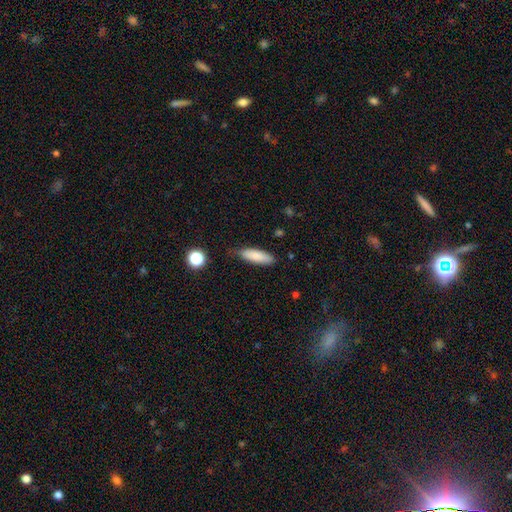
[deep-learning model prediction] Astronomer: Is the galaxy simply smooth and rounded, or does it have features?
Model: smooth — 85%.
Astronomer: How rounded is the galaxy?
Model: in between — 50% (runner-up: cigar-shaped, 48%).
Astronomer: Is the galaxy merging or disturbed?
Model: none — 74%.